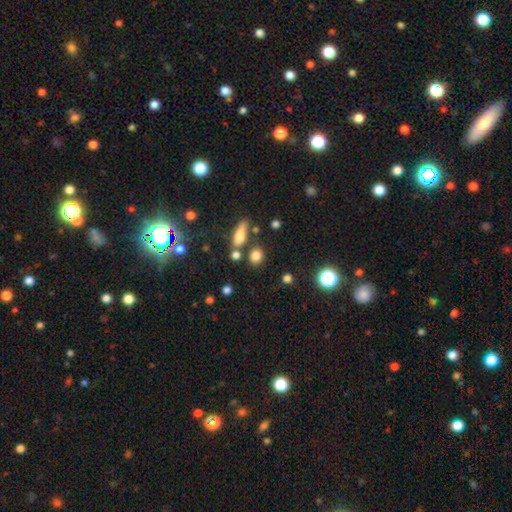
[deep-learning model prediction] This appears to be a smooth galaxy with no disk features (80%) that is round (65%). Merging: none (72%).